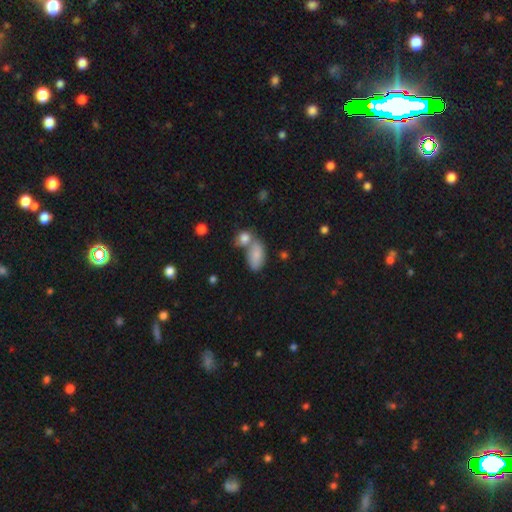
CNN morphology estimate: Smooth or featured? Predicted: smooth (p=0.81). How rounded? Predicted: in between (p=0.90). Merging? Predicted: merger (p=0.44).